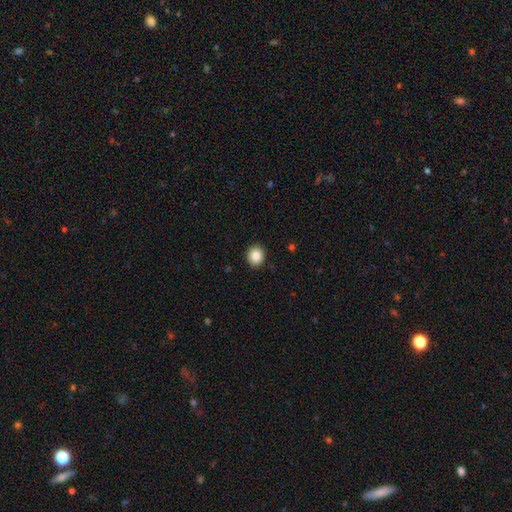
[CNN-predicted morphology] Smooth or featured: smooth — 85% (star or artifact — 9%)
How rounded: round — 79% (in between — 20%)
Merging: none — 92% (minor disturbance — 6%)